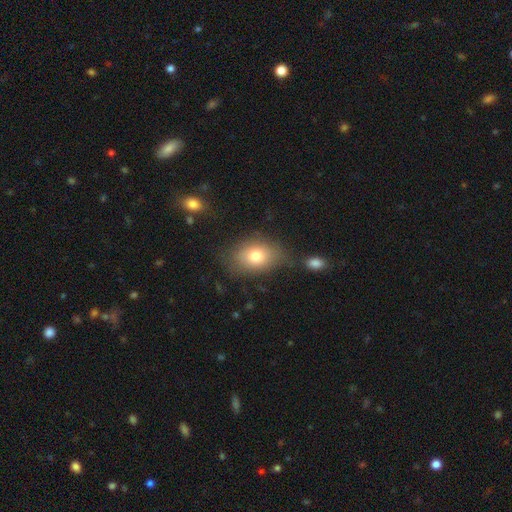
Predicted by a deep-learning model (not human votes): Morphology: type=smooth (77%); roundness=in between (70%); merging=none (70%).